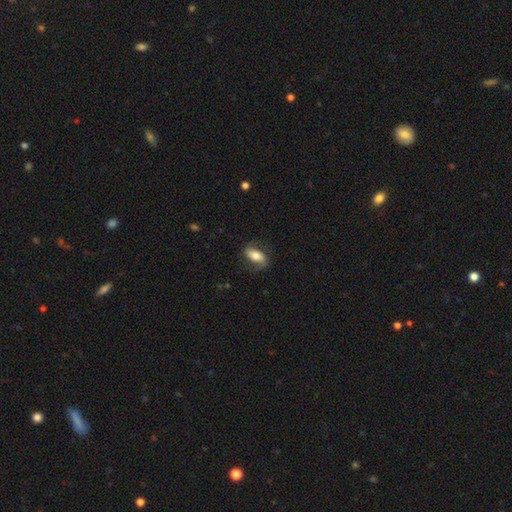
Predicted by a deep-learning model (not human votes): Q: Smooth or featured?
A: featured or disk (49%); runner-up: smooth (44%)
Q: Merging?
A: none (70%); runner-up: minor disturbance (18%)